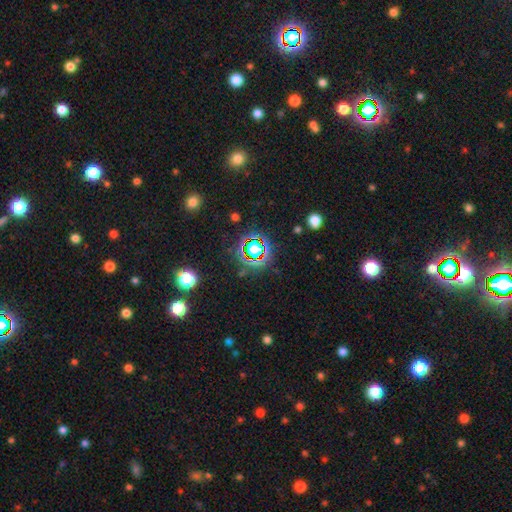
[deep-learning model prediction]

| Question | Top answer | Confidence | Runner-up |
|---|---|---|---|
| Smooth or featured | star or artifact | 75% | smooth (16%) |